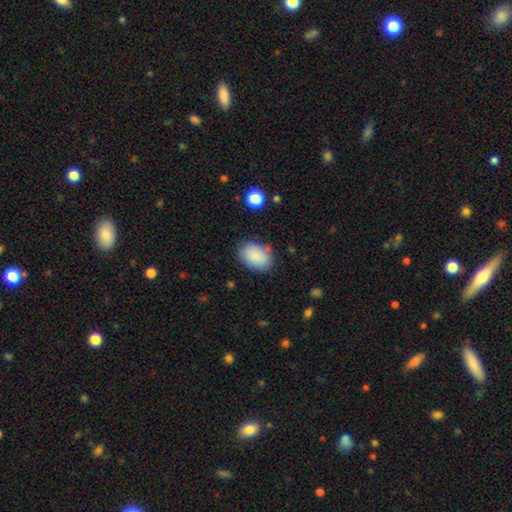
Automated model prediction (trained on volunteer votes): The model was most divided on "how rounded": in between: 79%, round: 20%, cigar-shaped: 1%. More confident: smooth or featured — smooth (87%); merging — none (78%).